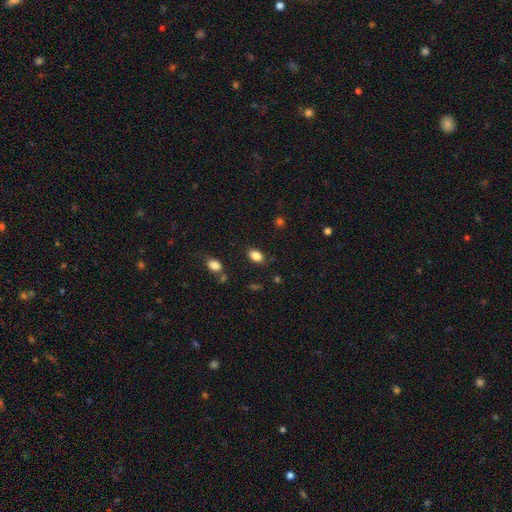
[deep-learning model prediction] Smooth or featured? Predicted: smooth (p=0.85). How rounded? Predicted: in between (p=0.86). Merging? Predicted: none (p=0.84).